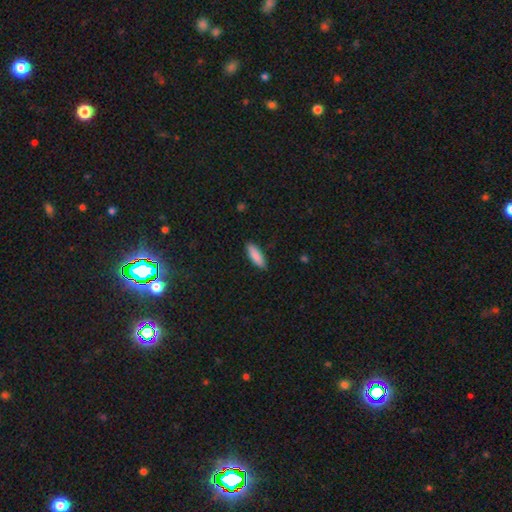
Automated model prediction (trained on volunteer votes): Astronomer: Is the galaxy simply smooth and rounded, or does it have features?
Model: smooth — 87%.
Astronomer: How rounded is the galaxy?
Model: cigar-shaped — 51% (runner-up: in between, 47%).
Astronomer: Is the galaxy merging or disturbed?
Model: none — 87%.